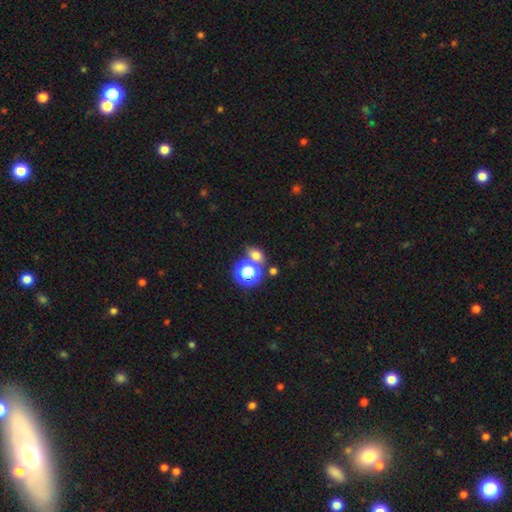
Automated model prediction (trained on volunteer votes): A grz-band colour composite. It shows a smooth galaxy with no disk features (67%) that is in between round and cigar-shaped (51%). Merging: none (60%).